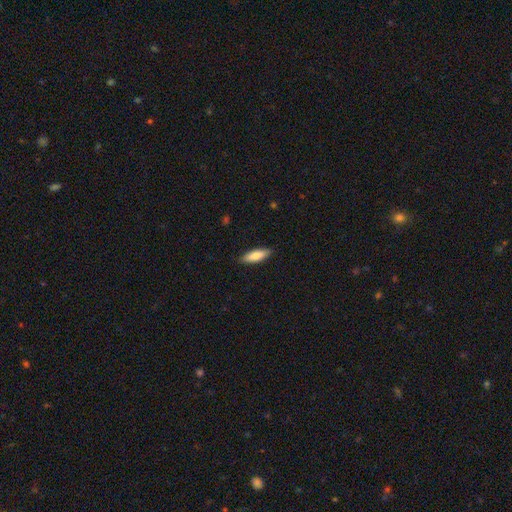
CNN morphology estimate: type=smooth (80%); roundness=in between (54%); merging=none (88%).